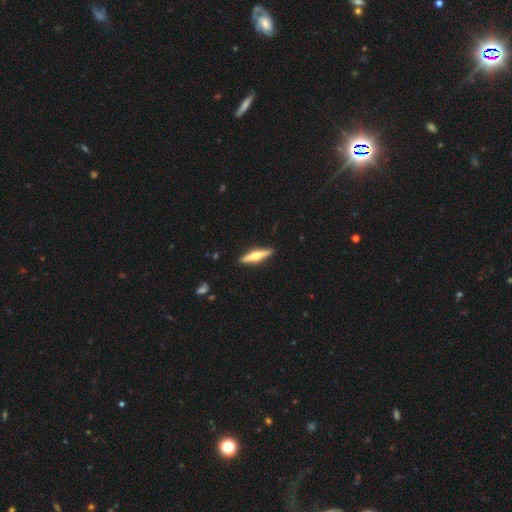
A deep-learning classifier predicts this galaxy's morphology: smooth_or_featured: featured or disk (p=0.67) [alt: smooth p=0.28]
disk_edge_on: yes (p=0.97) [alt: no p=0.03]
edge_on_bulge: rounded (p=0.94) [alt: boxy p=0.04]
merging: none (p=0.91) [alt: minor disturbance p=0.07]